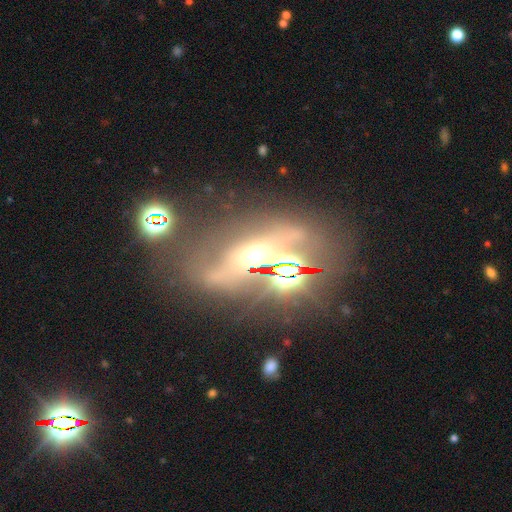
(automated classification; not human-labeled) featured or disk 42%, star or artifact 34%, smooth 24%. Down the decision tree: merging — none (43%).